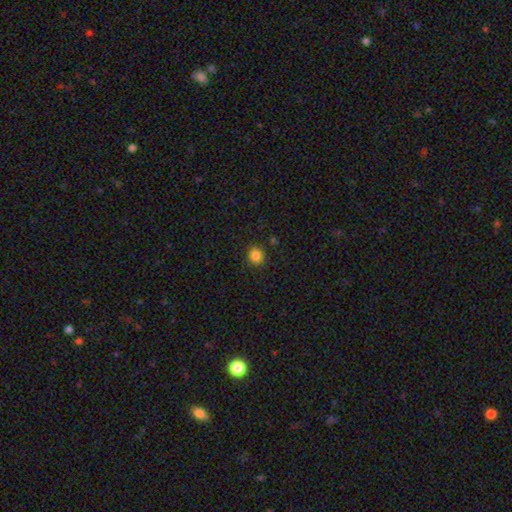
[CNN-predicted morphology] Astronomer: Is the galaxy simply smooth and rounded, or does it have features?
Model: smooth — 84%.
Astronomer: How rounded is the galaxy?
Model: round — 86%.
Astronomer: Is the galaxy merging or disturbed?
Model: none — 89%.